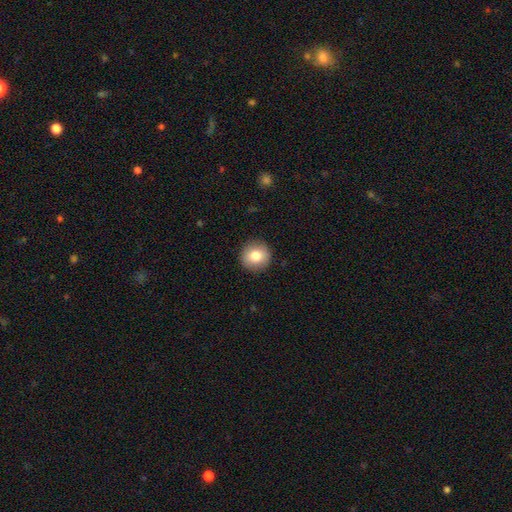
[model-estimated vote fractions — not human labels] Morphology: type=smooth (81%); roundness=round (93%); merging=none (92%).